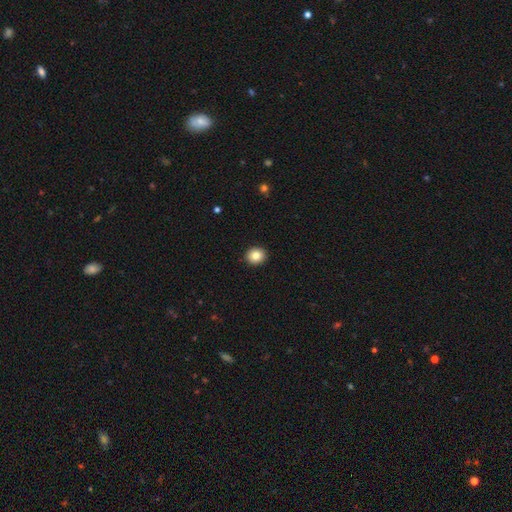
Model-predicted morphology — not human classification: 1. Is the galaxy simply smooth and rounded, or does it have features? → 84% smooth, 9% star or artifact, 7% featured or disk.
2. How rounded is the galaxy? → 81% round, 18% in between, 1% cigar-shaped.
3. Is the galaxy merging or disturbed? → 92% none, 5% minor disturbance, 1% major disturbance, 1% merger.